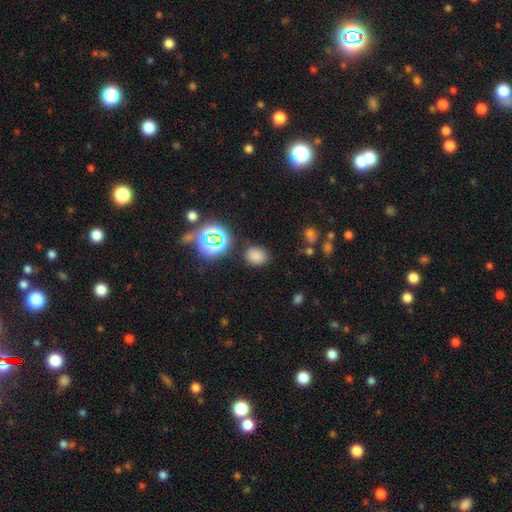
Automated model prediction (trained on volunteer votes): The model was most divided on "how rounded": round: 55%, in between: 44%, cigar-shaped: 1%. More confident: merging — none (81%); smooth or featured — smooth (74%).